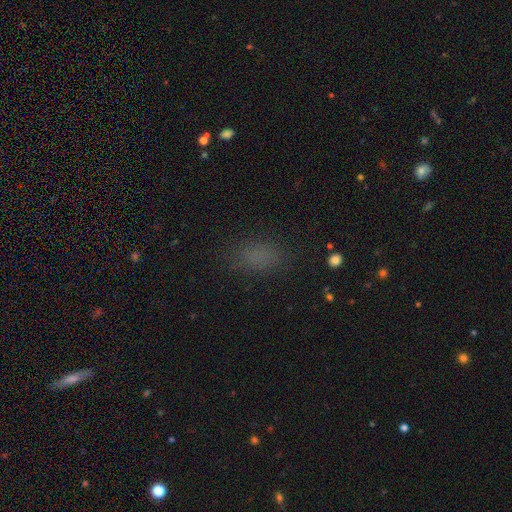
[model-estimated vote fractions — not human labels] A smooth galaxy with no disk features (72%) that is in between round and cigar-shaped (86%). Merging: none (84%).